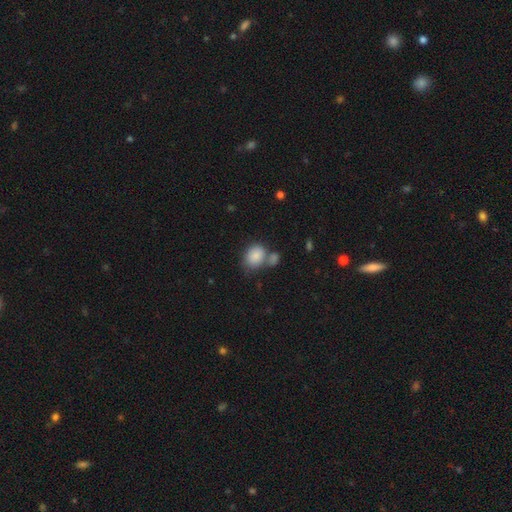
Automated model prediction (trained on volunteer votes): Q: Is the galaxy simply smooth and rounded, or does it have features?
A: smooth — 85%.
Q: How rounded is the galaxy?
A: in between — 64%.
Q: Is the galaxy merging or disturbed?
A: none — 46%.